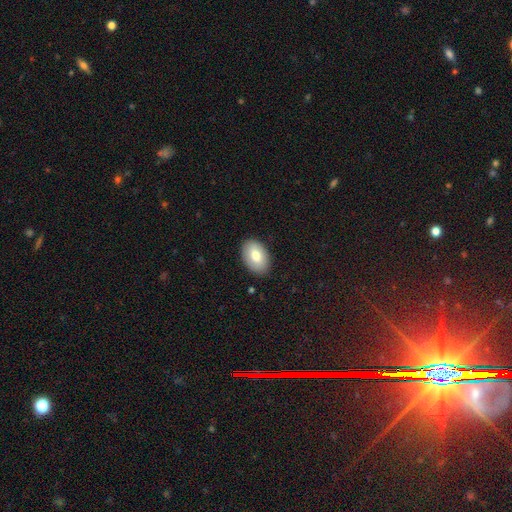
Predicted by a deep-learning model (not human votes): A smooth galaxy with no disk features (78%) that is in between round and cigar-shaped (90%). Merging: none (88%).